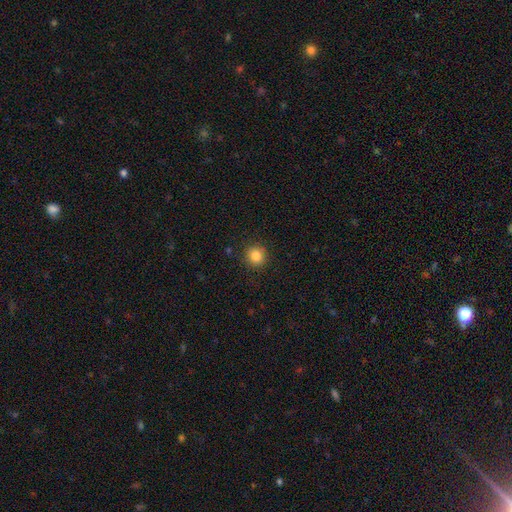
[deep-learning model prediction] A smooth galaxy with no disk features (83%) that is round (91%). Merging: none (89%).